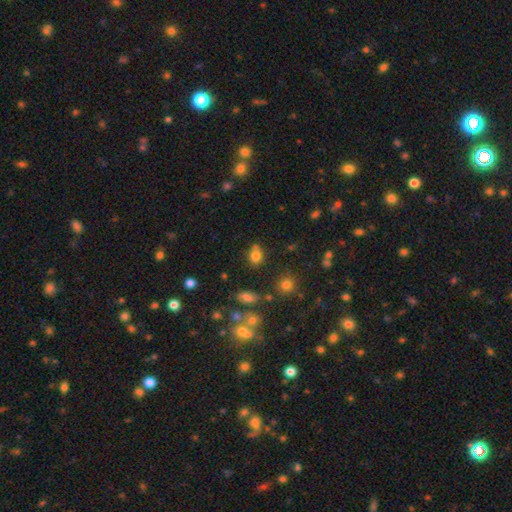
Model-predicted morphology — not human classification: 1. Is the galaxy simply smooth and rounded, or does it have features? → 77% smooth, 15% star or artifact, 8% featured or disk.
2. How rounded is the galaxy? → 50% round, 48% in between, 2% cigar-shaped.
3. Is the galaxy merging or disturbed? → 59% none, 21% minor disturbance, 13% merger, 6% major disturbance.